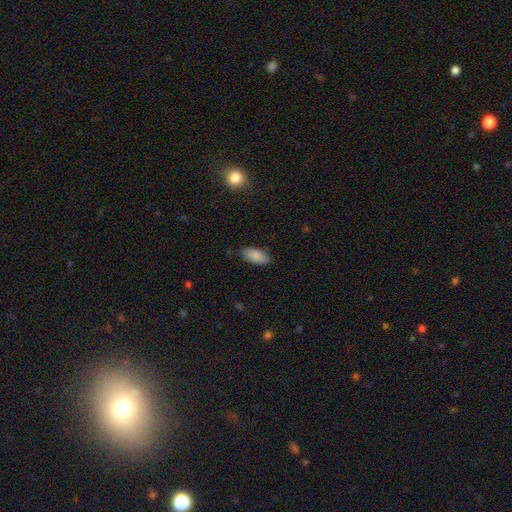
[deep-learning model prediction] Smooth or featured: smooth — 87% (star or artifact — 7%)
How rounded: in between — 91% (cigar-shaped — 7%)
Merging: none — 85% (minor disturbance — 12%)